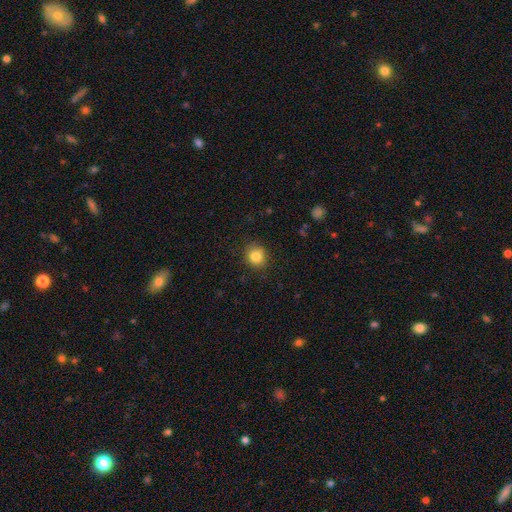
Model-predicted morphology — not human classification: This appears to be a smooth galaxy with no disk features (83%) that is round (80%). Merging: none (84%).